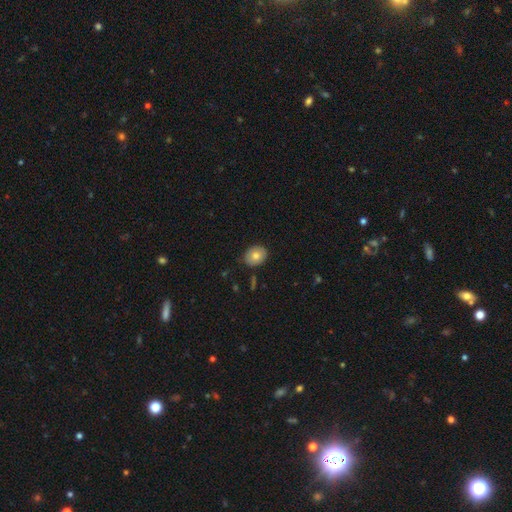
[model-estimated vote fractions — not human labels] A smooth galaxy with no disk features (76%) that is in between round and cigar-shaped (51%). Merging: none (85%).